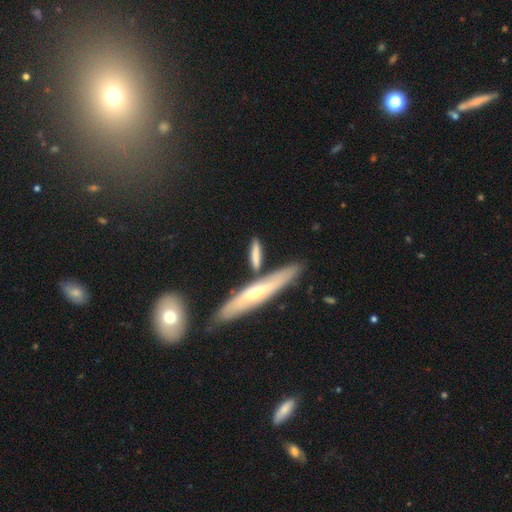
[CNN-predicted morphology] type=smooth (67%); roundness=cigar-shaped (78%); merging=none (66%).